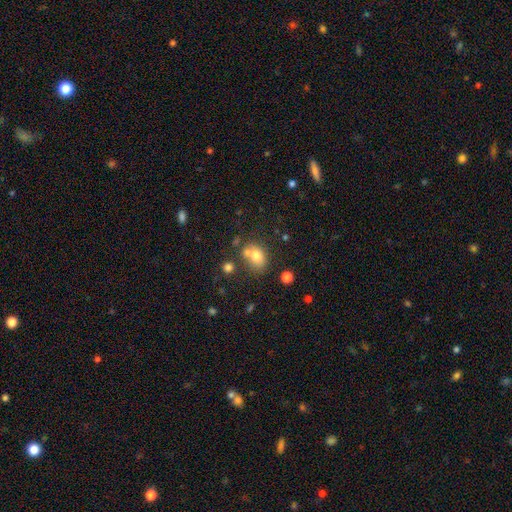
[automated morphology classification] The model was most divided on "how rounded": in between: 60%, round: 39%, cigar-shaped: 1%. Remaining: smooth or featured — smooth (74%); merging — none (50%).